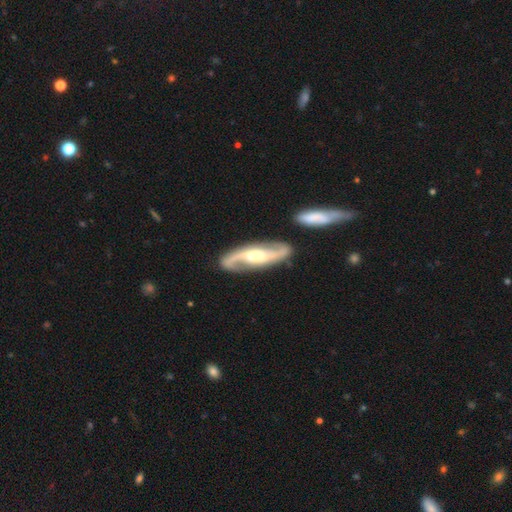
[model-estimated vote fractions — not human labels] This appears to be a featured or disk galaxy (88%) with a weak bar (41%), 2 (93%) loose (44%) spiral arms (97%) and a moderate central bulge (63%). Merging: none (80%).